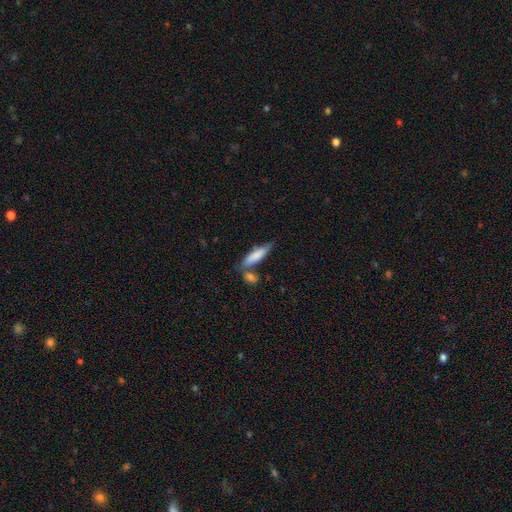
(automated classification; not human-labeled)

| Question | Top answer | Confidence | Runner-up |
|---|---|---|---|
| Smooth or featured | smooth | 76% | featured or disk (18%) |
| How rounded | cigar-shaped | 66% | in between (32%) |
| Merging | none | 55% | merger (21%) |